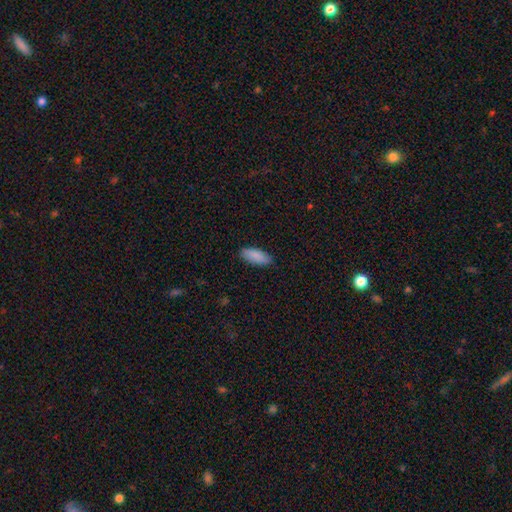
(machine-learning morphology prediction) The model was most divided on "how rounded": in between: 80%, cigar-shaped: 18%, round: 2%. More confident: smooth or featured — smooth (89%); merging — none (87%).